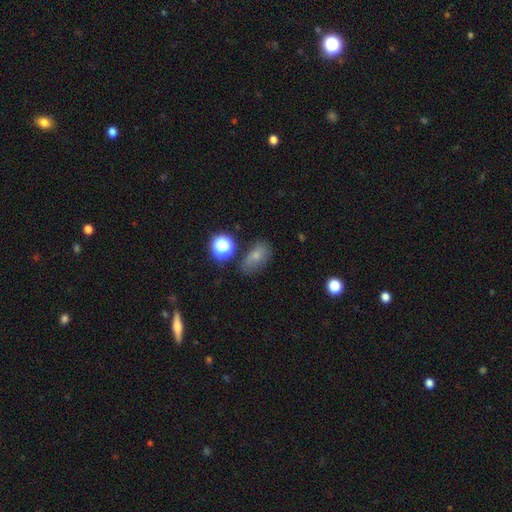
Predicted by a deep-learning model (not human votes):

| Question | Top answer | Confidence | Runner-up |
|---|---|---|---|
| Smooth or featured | smooth | 64% | featured or disk (18%) |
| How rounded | in between | 79% | round (19%) |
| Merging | none | 56% | minor disturbance (27%) |